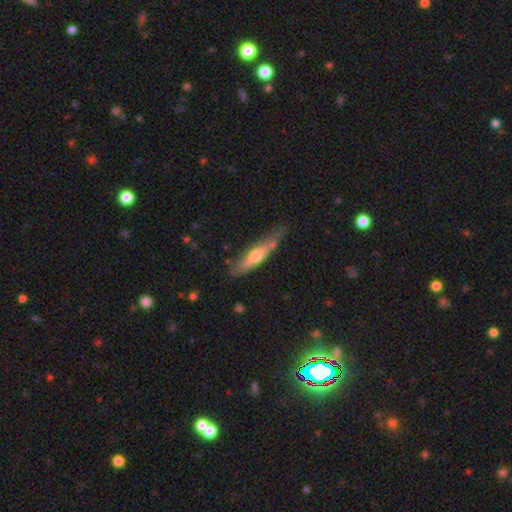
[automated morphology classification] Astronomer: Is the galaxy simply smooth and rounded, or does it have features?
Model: featured or disk — 49% (runner-up: smooth, 46%).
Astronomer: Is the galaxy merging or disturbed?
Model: none — 62%.